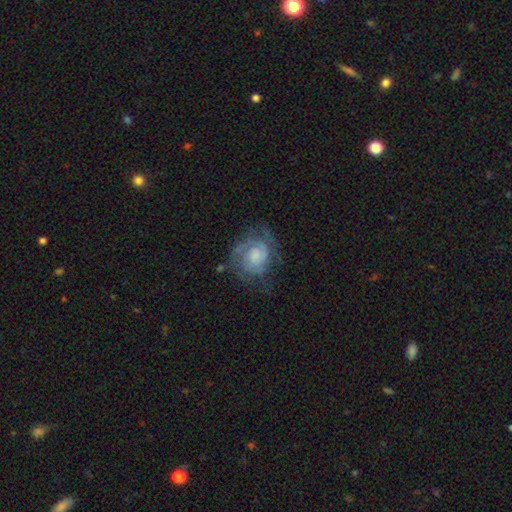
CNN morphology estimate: smooth-or-featured: featured or disk: 61% | smooth: 30% | star or artifact: 8%
  disk-edge-on: no: 98% | yes: 2%
    bar: no: 75% | weak: 22% | strong: 3%
    has-spiral-arms: yes: 79% | no: 21%
    bulge-size: moderate: 32% | small: 28% | none: 19% | large: 18% | dominant: 3%
  merging: none: 55% | minor disturbance: 24% | major disturbance: 19% | merger: 2%